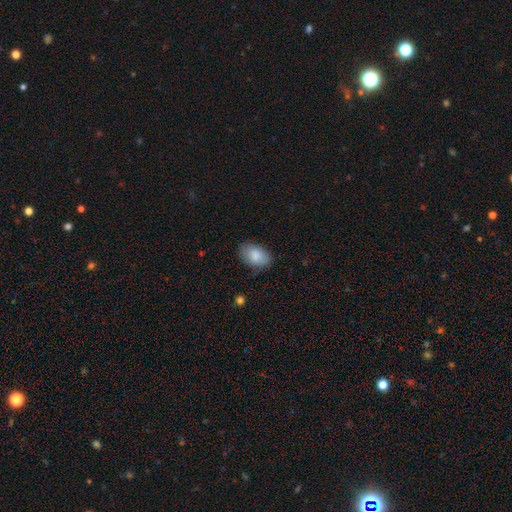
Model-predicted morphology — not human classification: type=smooth (86%); roundness=in between (90%); merging=none (79%).